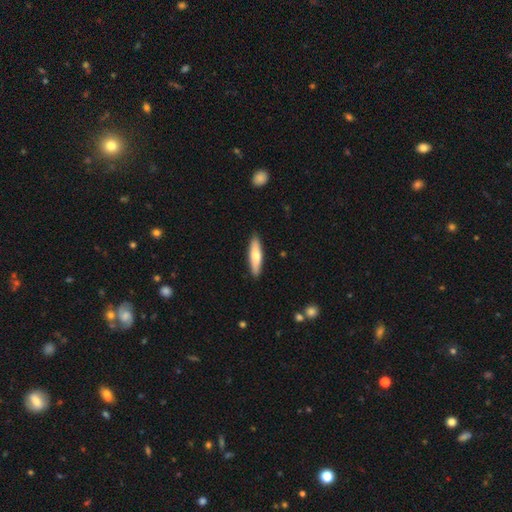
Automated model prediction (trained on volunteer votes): Smooth or featured? smooth (64%)
How rounded? cigar-shaped (71%)
Merging? none (89%)